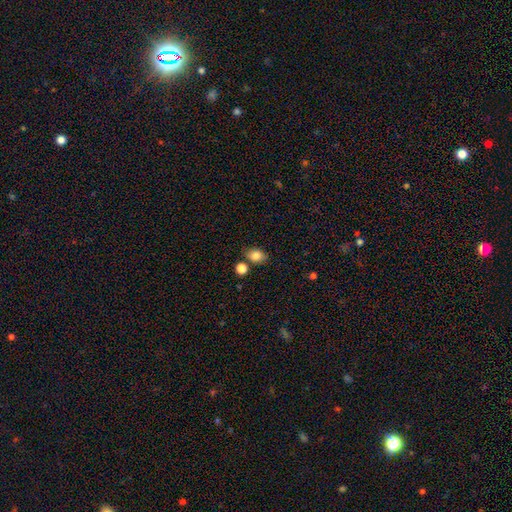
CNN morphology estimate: A smooth galaxy with no disk features (84%) that is in between round and cigar-shaped (62%).

Vote fractions:
- Smooth or featured? smooth: 84% / star or artifact: 10% / featured or disk: 6%
- How rounded? in between: 62% / round: 37% / cigar-shaped: 1%
- Merging? none: 74% / minor disturbance: 13% / merger: 9% / major disturbance: 3%